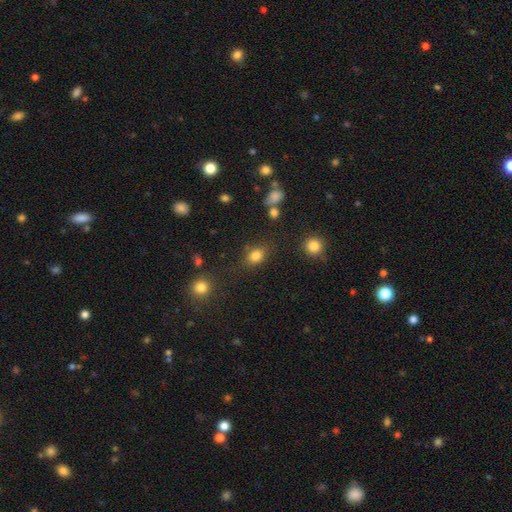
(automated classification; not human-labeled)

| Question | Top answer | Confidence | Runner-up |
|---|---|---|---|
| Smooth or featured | smooth | 82% | star or artifact (11%) |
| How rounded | in between | 63% | round (35%) |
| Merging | none | 74% | minor disturbance (15%) |